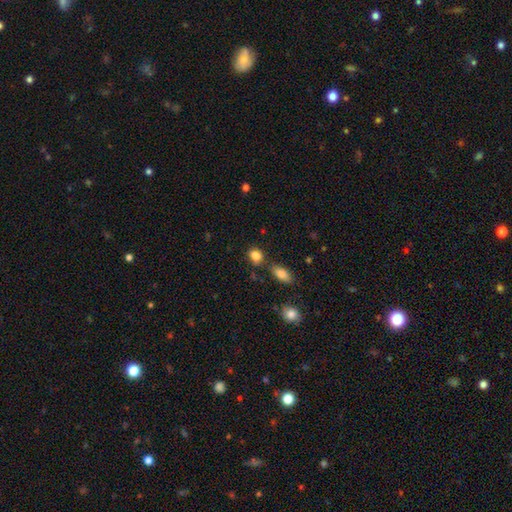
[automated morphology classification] Overall: smooth (84%). How rounded: round (55%; in between 44%). Merging: none (69%).